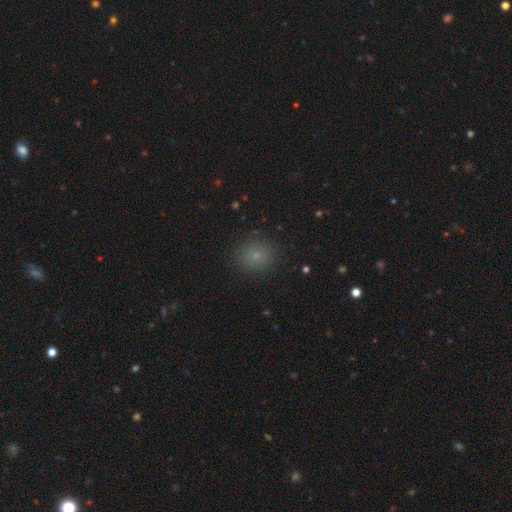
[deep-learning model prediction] Morphology: type=smooth (76%); roundness=round (81%); merging=none (87%).